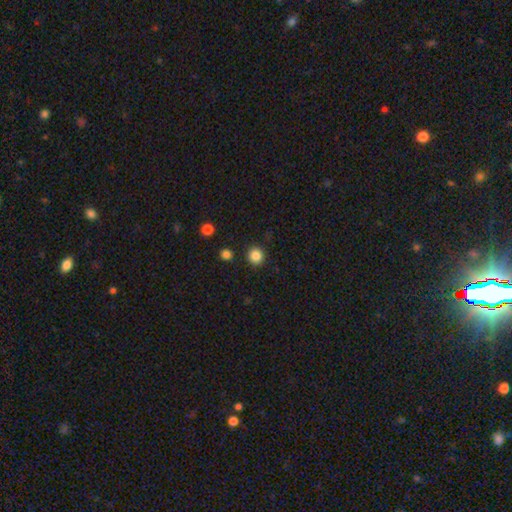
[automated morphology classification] smooth_or_featured: smooth (p=0.85) [alt: star or artifact p=0.11]
how_rounded: round (p=0.92) [alt: in between p=0.08]
merging: none (p=0.91) [alt: minor disturbance p=0.05]